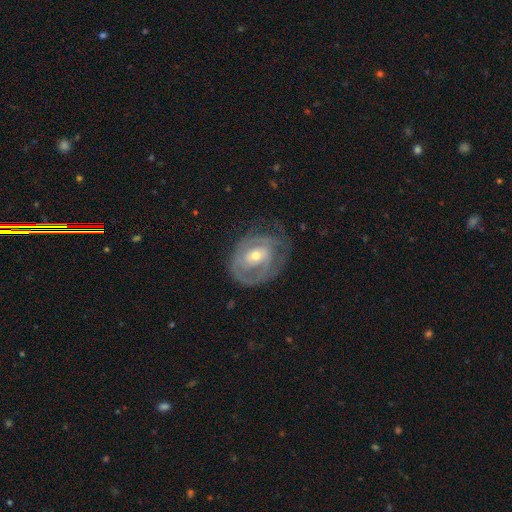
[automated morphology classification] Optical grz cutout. It shows a featured or disk galaxy (76%) with no bar (56%), tight (63%) spiral arms (72%) and a moderate central bulge (49%). Merging: none (57%).